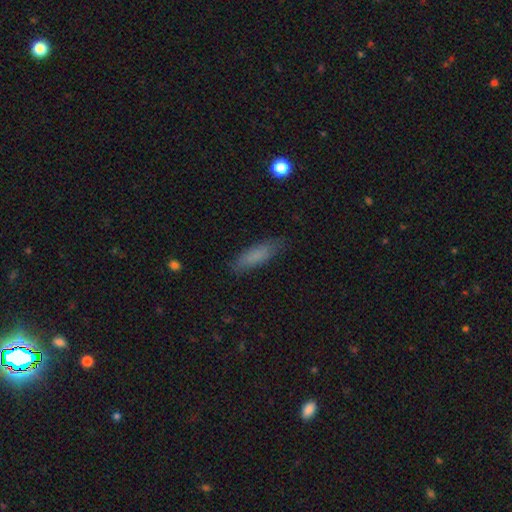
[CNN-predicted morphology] Overall: smooth (81%). How rounded: cigar-shaped (55%; in between 43%). Merging: none (81%).